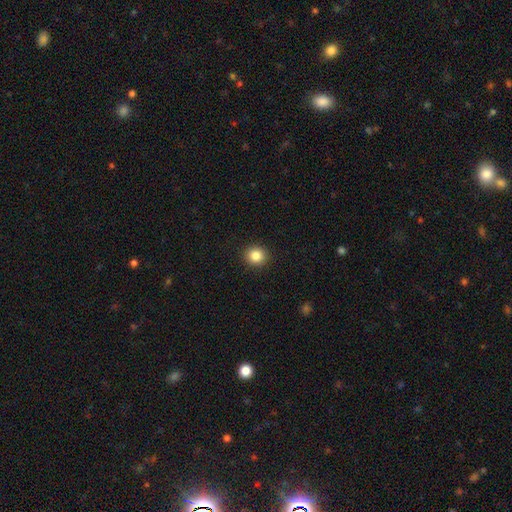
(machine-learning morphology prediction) Overall: smooth (85%). How rounded: round (88%). Merging: none (92%).